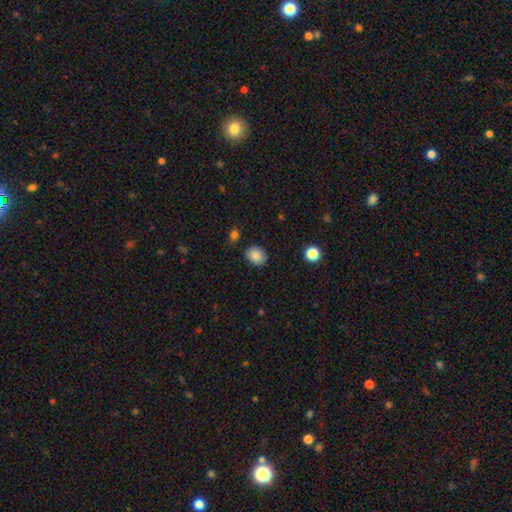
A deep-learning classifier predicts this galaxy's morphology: A smooth galaxy with no disk features (86%) that is round (57%). Merging: none (86%).